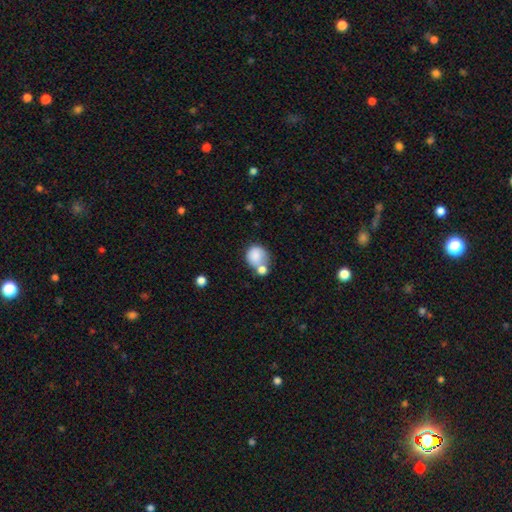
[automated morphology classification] smooth_or_featured: smooth (p=0.80) [alt: featured or disk p=0.11]
how_rounded: round (p=0.77) [alt: in between p=0.22]
merging: merger (p=0.44) [alt: none p=0.36]